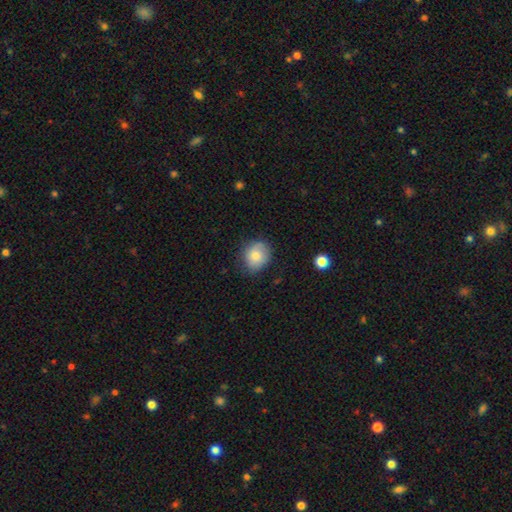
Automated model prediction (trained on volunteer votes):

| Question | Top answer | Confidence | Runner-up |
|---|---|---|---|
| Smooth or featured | smooth | 78% | featured or disk (14%) |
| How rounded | round | 70% | in between (29%) |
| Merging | none | 71% | minor disturbance (23%) |